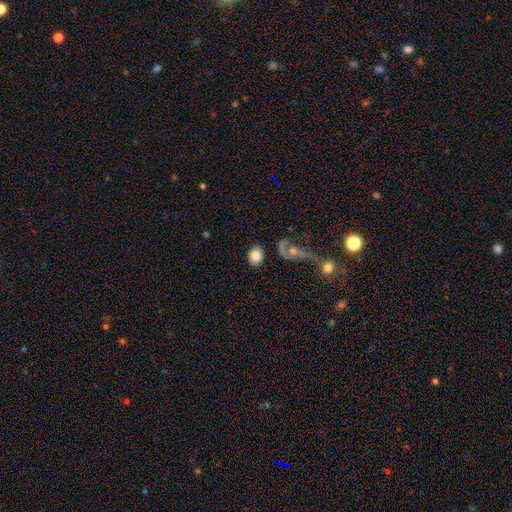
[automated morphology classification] A smooth galaxy with no disk features (77%) that is in between round and cigar-shaped (55%).

Vote fractions:
- Smooth or featured? smooth: 77% / featured or disk: 15% / star or artifact: 7%
- How rounded? in between: 55% / round: 43% / cigar-shaped: 2%
- Merging? none: 69% / minor disturbance: 13% / merger: 10% / major disturbance: 8%